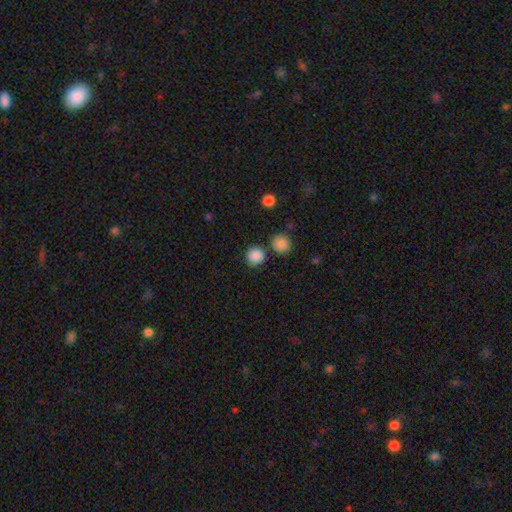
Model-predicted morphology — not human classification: A smooth galaxy with no disk features (87%) that is round (92%).

Vote fractions:
- Smooth or featured? smooth: 87% / star or artifact: 10% / featured or disk: 3%
- How rounded? round: 92% / in between: 7% / cigar-shaped: 1%
- Merging? none: 81% / merger: 8% / minor disturbance: 8% / major disturbance: 3%